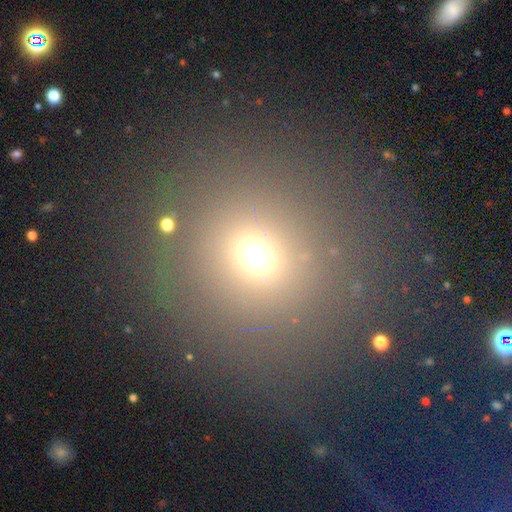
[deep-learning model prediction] smooth-or-featured: smooth: 65% | star or artifact: 27% | featured or disk: 8%
  how-rounded: round: 89% | in between: 10% | cigar-shaped: 1%
  merging: none: 82% | minor disturbance: 8% | major disturbance: 5% | merger: 4%